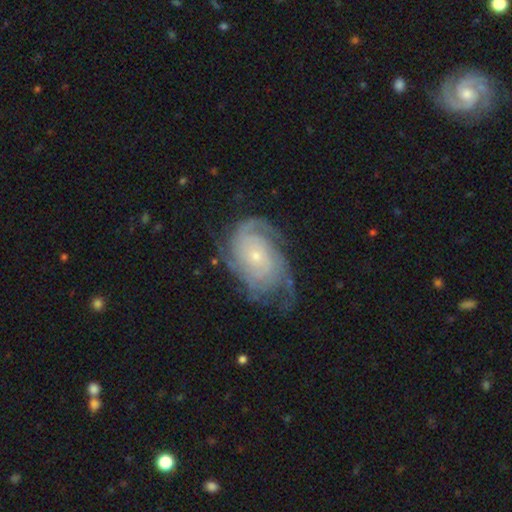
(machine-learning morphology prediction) smooth-or-featured: featured or disk: 86% | smooth: 9% | star or artifact: 5%
  disk-edge-on: no: 97% | yes: 3%
    bar: no: 77% | weak: 19% | strong: 4%
    has-spiral-arms: yes: 96% | no: 4%
      spiral-winding: tight: 63% | medium: 28% | loose: 9%
      spiral-arm-count: can't tell: 31% | 2: 25% | 3: 19% | 4: 11% | 1: 7% | more than 4: 7%
    bulge-size: small: 78% | moderate: 18% | none: 2% | large: 2% | dominant: 1%
  merging: none: 61% | minor disturbance: 22% | major disturbance: 16% | merger: 2%